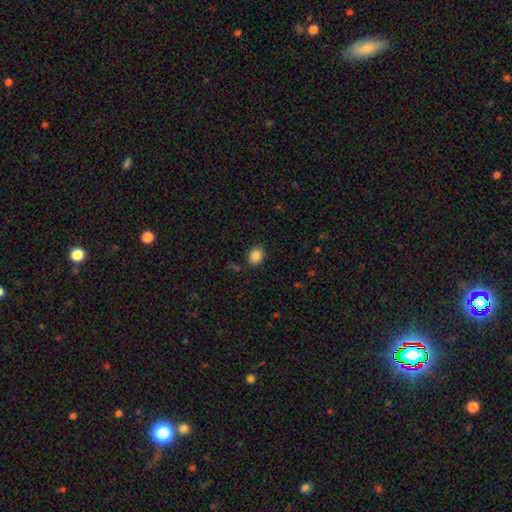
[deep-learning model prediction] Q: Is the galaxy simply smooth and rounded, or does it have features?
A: smooth — 87%.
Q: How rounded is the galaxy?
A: in between — 53%.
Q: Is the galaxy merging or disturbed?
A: none — 85%.